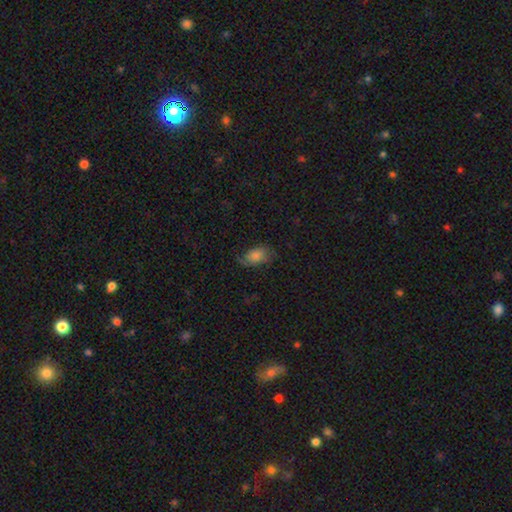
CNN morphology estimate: smooth-or-featured: smooth: 64% | featured or disk: 24% | star or artifact: 12%
  how-rounded: in between: 86% | round: 12% | cigar-shaped: 3%
  merging: none: 60% | minor disturbance: 25% | major disturbance: 13% | merger: 1%